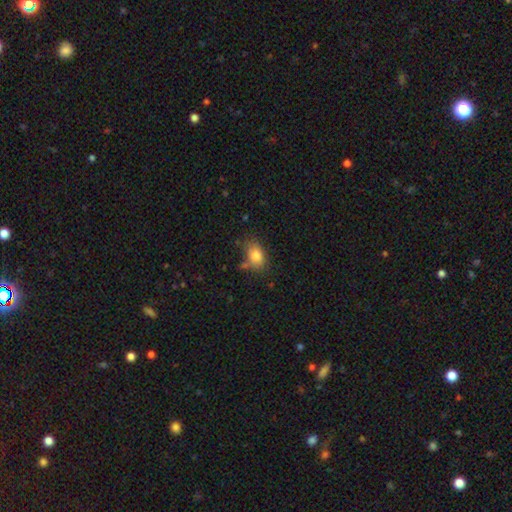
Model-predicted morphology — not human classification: smooth-or-featured: smooth: 81% | featured or disk: 10% | star or artifact: 9%
  how-rounded: in between: 81% | round: 17% | cigar-shaped: 2%
  merging: none: 61% | minor disturbance: 24% | merger: 8% | major disturbance: 7%